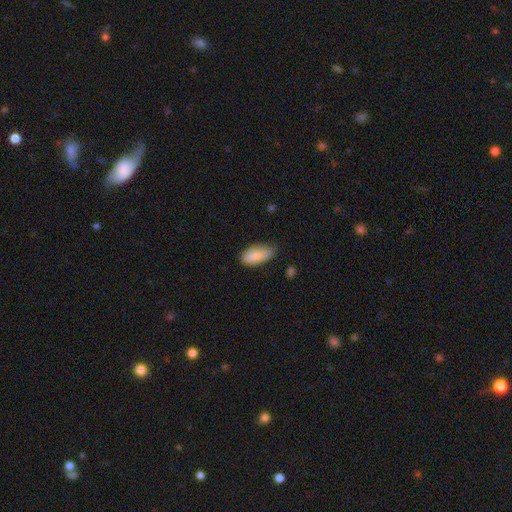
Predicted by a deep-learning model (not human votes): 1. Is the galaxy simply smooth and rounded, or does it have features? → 86% smooth, 8% featured or disk, 7% star or artifact.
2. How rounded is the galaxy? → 91% in between, 6% cigar-shaped, 2% round.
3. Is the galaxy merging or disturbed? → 58% none, 35% minor disturbance, 6% major disturbance, 2% merger.